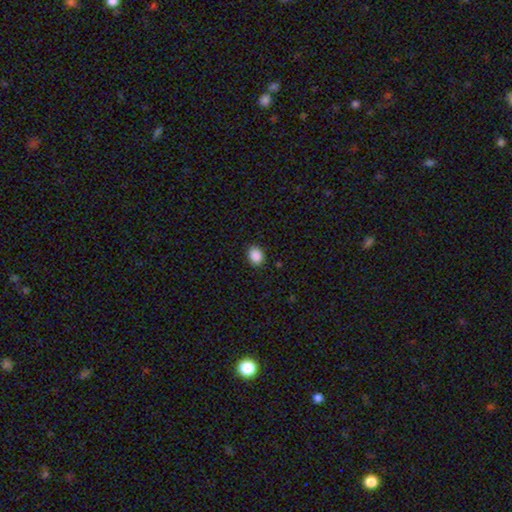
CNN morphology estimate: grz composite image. It shows a smooth galaxy with no disk features (89%) that is in between round and cigar-shaped (59%). Merging: none (89%).